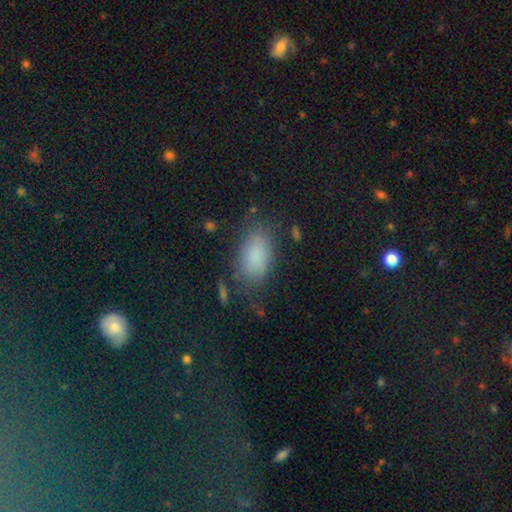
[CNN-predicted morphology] smooth 84%, star or artifact 9%, featured or disk 7%. Down the decision tree: how rounded — in between (92%); merging — none (68%).